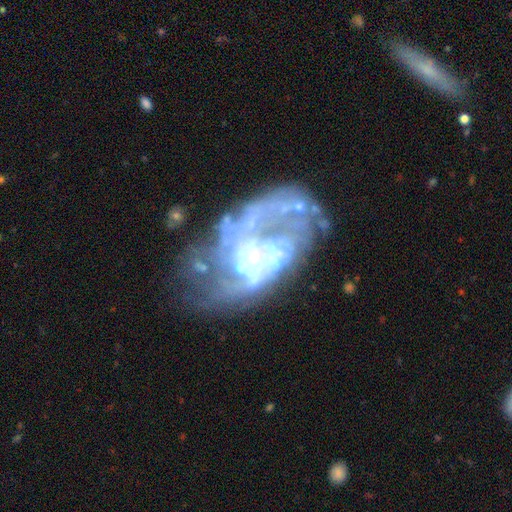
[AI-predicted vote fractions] smooth_or_featured: featured or disk (p=0.79) [alt: smooth p=0.12]
disk_edge_on: no (p=0.98) [alt: yes p=0.02]
bar: no (p=0.83) [alt: weak p=0.13]
has_spiral_arms: no (p=0.59) [alt: yes p=0.41]
bulge_size: none (p=0.51) [alt: small p=0.30]
merging: none (p=0.36) [alt: major disturbance p=0.32]